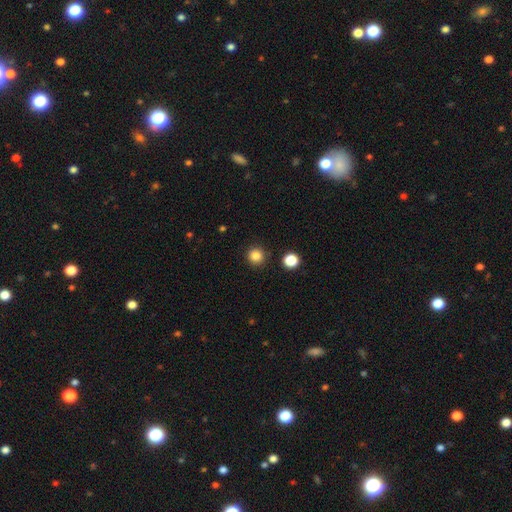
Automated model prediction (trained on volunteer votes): smooth_or_featured: smooth (p=0.85) [alt: star or artifact p=0.12]
how_rounded: round (p=0.94) [alt: in between p=0.05]
merging: none (p=0.90) [alt: minor disturbance p=0.06]